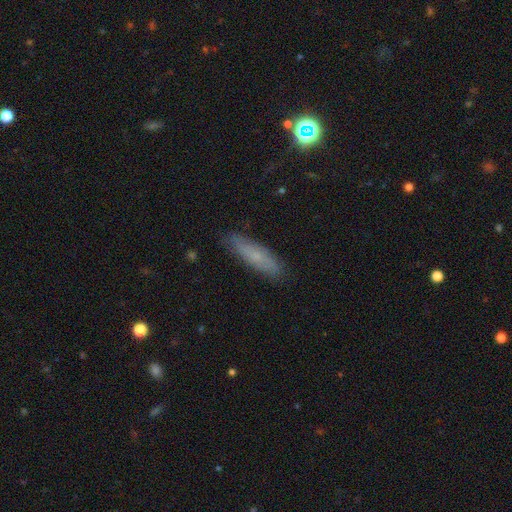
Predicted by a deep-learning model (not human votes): Smooth or featured?
  - smooth: 63% *
  - featured or disk: 27%
  - star or artifact: 9%
How rounded?
  - cigar-shaped: 69% *
  - in between: 29%
  - round: 2%
Merging?
  - none: 84% *
  - minor disturbance: 12%
  - major disturbance: 2%
  - merger: 1%